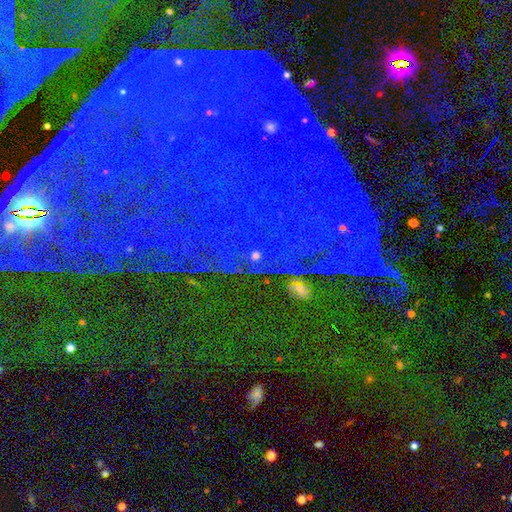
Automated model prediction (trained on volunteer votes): A star or artifact, not a galaxy (62%).